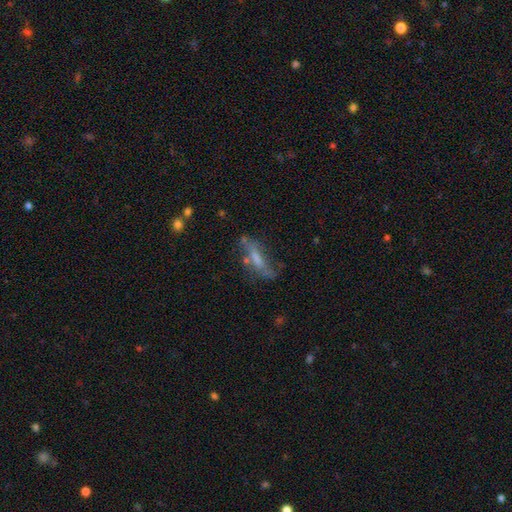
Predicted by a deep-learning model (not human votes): The model was most divided on "edge-on disk": no: 56%, yes: 44%. More confident: merging — none (52%); smooth or featured — featured or disk (50%).